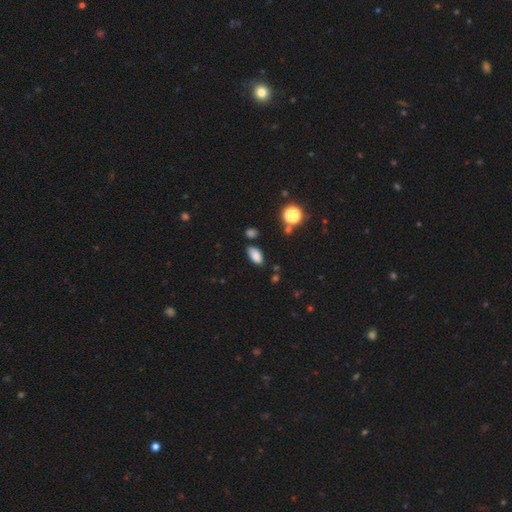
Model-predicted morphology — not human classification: The model was most divided on "merging": none: 75%, minor disturbance: 18%, merger: 4%, major disturbance: 3%. More confident: how rounded — in between (91%); smooth or featured — smooth (83%).